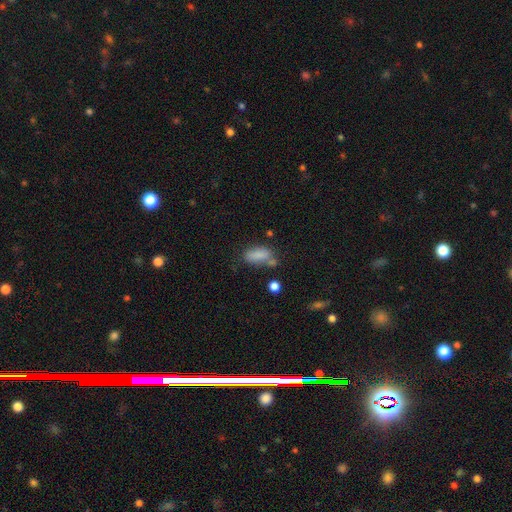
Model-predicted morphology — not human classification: This is likely a smooth galaxy (77%). How rounded: clearly in between (83%). Merging: possibly none (53%).